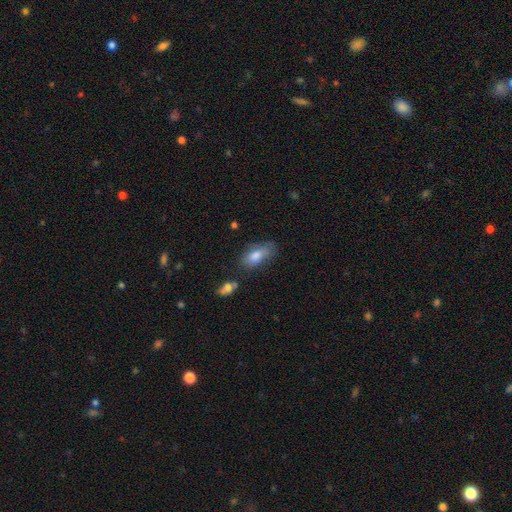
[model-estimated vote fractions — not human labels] smooth-or-featured: smooth: 76% | featured or disk: 16% | star or artifact: 8%
  how-rounded: in between: 84% | cigar-shaped: 12% | round: 4%
  merging: none: 53% | minor disturbance: 30% | major disturbance: 11% | merger: 6%